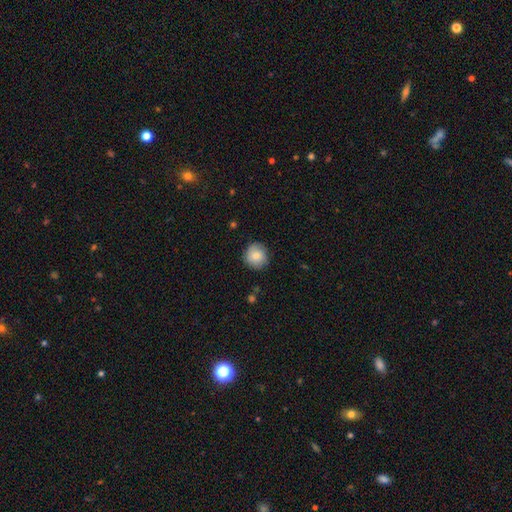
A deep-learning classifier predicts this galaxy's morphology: A smooth galaxy with no disk features (77%) that is round (91%). Merging: none (82%).